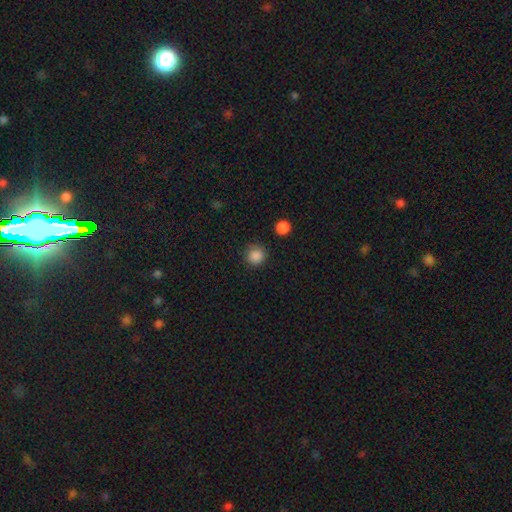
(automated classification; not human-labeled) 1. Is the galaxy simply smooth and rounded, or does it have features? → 87% smooth, 10% star or artifact, 3% featured or disk.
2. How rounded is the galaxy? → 94% round, 5% in between, 1% cigar-shaped.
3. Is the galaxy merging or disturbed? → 88% none, 8% minor disturbance, 3% major disturbance, 2% merger.